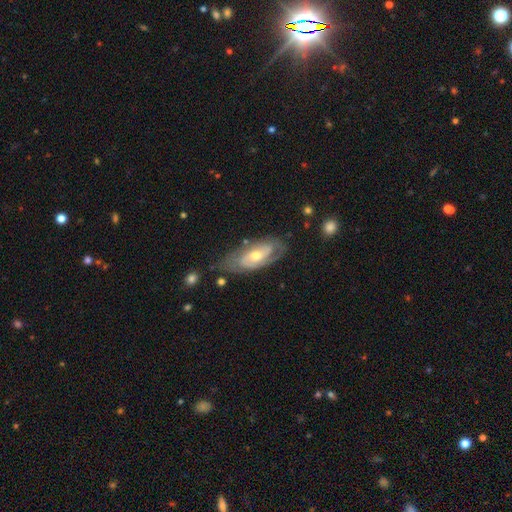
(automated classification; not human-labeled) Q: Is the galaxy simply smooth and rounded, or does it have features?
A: featured or disk — 71%.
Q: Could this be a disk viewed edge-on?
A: no — 90%.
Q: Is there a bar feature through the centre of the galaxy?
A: no — 62%.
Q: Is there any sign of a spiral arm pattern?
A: yes — 81%.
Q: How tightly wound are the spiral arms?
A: tight — 49%.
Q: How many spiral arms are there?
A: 2 — 59%.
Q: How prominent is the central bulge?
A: moderate — 63%.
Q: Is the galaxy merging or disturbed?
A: none — 63%.